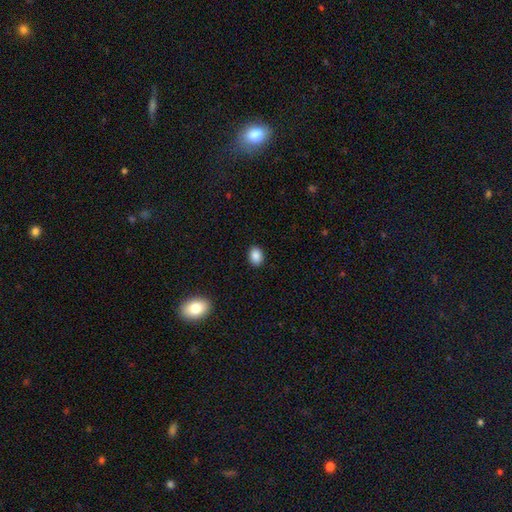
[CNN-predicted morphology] smooth 88%, star or artifact 9%, featured or disk 3%. Down the decision tree: how rounded — in between (70%); merging — none (90%).